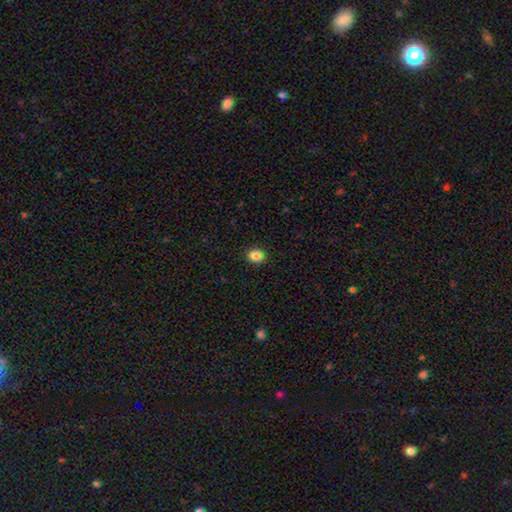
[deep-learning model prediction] A smooth galaxy with no disk features (86%) that is round (56%).

Vote fractions:
- Smooth or featured? smooth: 86% / star or artifact: 10% / featured or disk: 4%
- How rounded? round: 56% / in between: 43% / cigar-shaped: 1%
- Merging? none: 91% / minor disturbance: 6% / major disturbance: 2% / merger: 1%